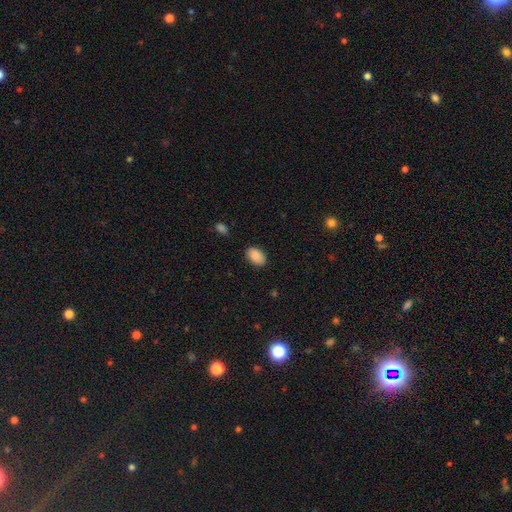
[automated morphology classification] A smooth galaxy with no disk features (89%) that is in between round and cigar-shaped (90%).

Vote fractions:
- Smooth or featured? smooth: 89% / star or artifact: 7% / featured or disk: 4%
- How rounded? in between: 90% / round: 8% / cigar-shaped: 1%
- Merging? none: 85% / minor disturbance: 12% / major disturbance: 3% / merger: 1%